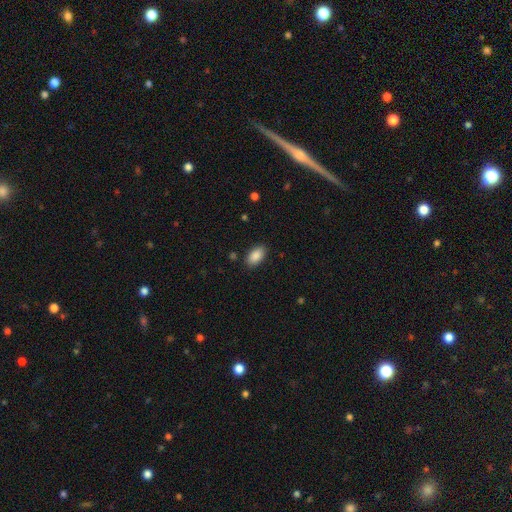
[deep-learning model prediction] smooth_or_featured: smooth (p=0.89) [alt: star or artifact p=0.07]
how_rounded: in between (p=0.94) [alt: round p=0.04]
merging: none (p=0.87) [alt: minor disturbance p=0.09]